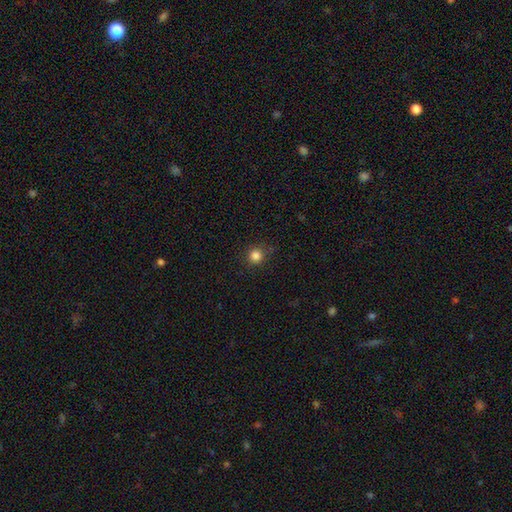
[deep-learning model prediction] smooth_or_featured: smooth (p=0.84) [alt: star or artifact p=0.12]
how_rounded: round (p=0.92) [alt: in between p=0.07]
merging: none (p=0.87) [alt: minor disturbance p=0.09]